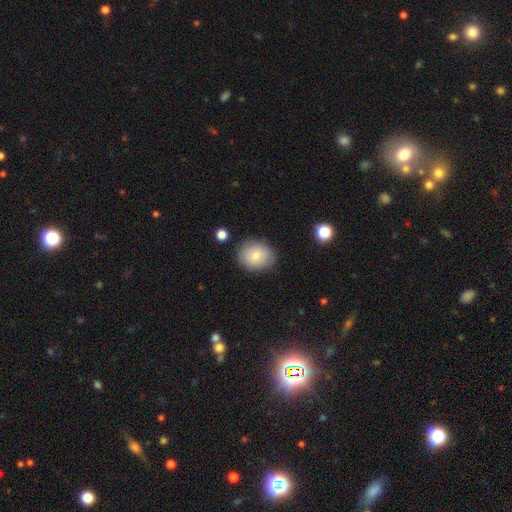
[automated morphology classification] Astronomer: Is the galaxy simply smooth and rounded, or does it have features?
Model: smooth — 77%.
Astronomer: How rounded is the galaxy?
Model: round — 66%.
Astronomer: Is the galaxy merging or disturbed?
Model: none — 83%.